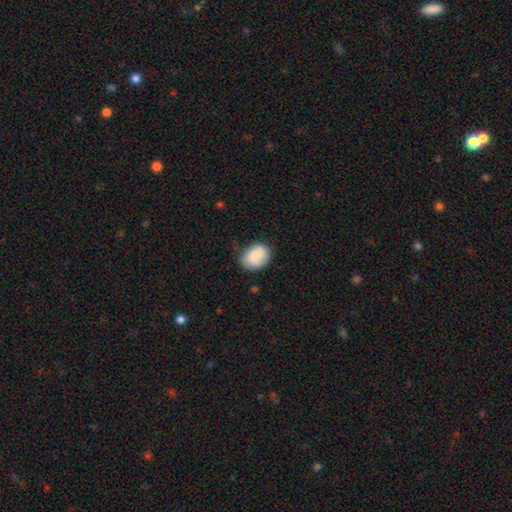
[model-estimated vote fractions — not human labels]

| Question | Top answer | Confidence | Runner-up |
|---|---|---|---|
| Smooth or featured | smooth | 78% | featured or disk (16%) |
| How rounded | in between | 60% | round (40%) |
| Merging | none | 67% | minor disturbance (26%) |